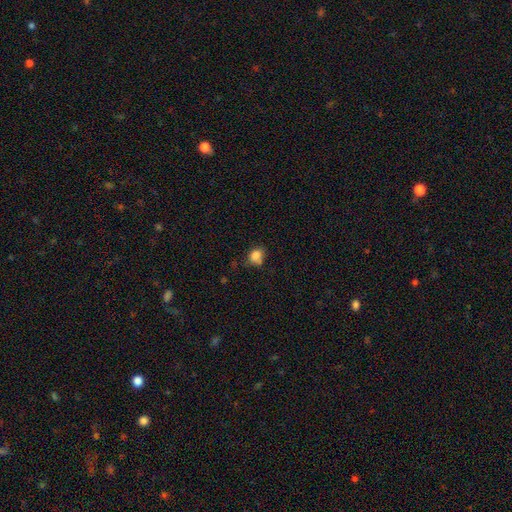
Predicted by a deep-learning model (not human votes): smooth_or_featured: smooth (p=0.82) [alt: star or artifact p=0.11]
how_rounded: round (p=0.57) [alt: in between p=0.42]
merging: none (p=0.59) [alt: minor disturbance p=0.26]